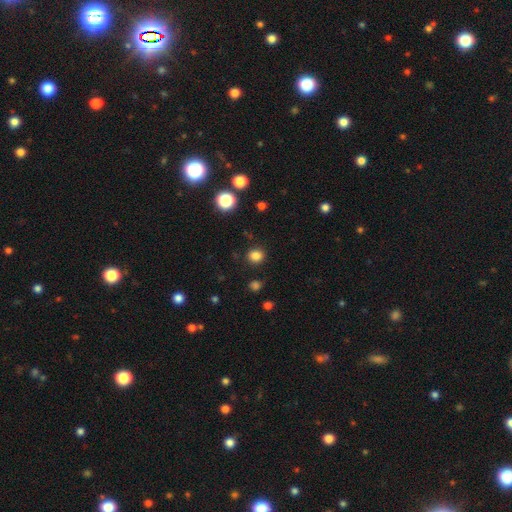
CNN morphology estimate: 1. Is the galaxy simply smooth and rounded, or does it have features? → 83% smooth, 13% star or artifact, 4% featured or disk.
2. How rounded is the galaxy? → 79% round, 20% in between, 1% cigar-shaped.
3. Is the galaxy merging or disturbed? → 88% none, 7% minor disturbance, 3% major disturbance, 2% merger.